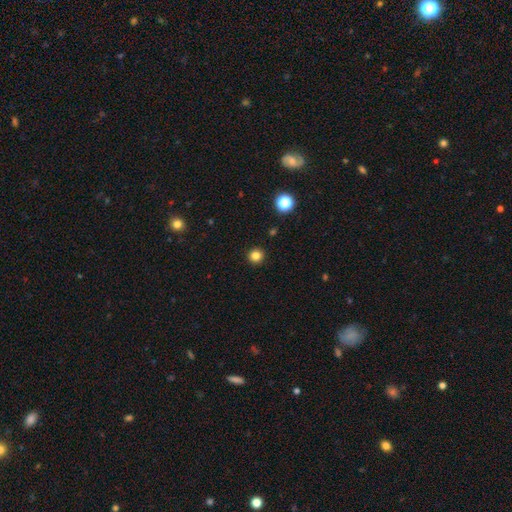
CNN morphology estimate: The model was most divided on "smooth or featured": smooth: 82%, star or artifact: 13%, featured or disk: 4%. More confident: how rounded — round (95%); merging — none (93%).